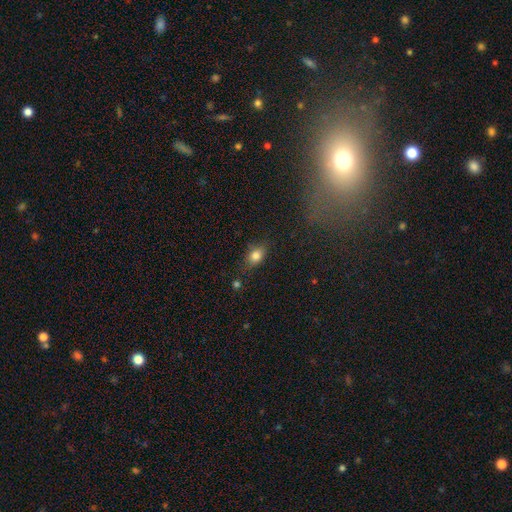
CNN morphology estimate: This is likely a smooth galaxy (80%). How rounded: likely in between (73%). Merging: likely none (75%).